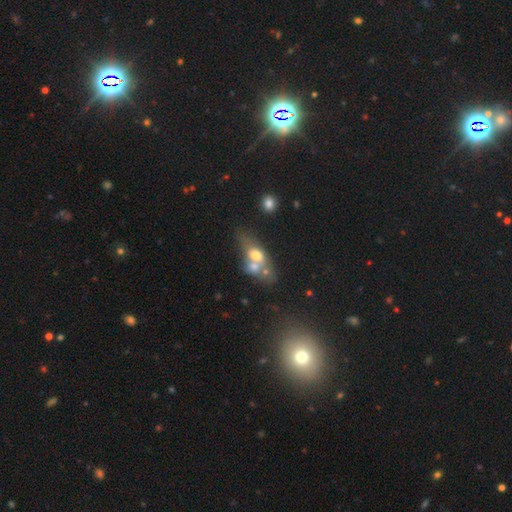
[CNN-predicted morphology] smooth-or-featured: smooth: 57% | featured or disk: 32% | star or artifact: 11%
  how-rounded: in between: 67% | round: 23% | cigar-shaped: 11%
  merging: merger: 64% | none: 18% | minor disturbance: 9% | major disturbance: 8%